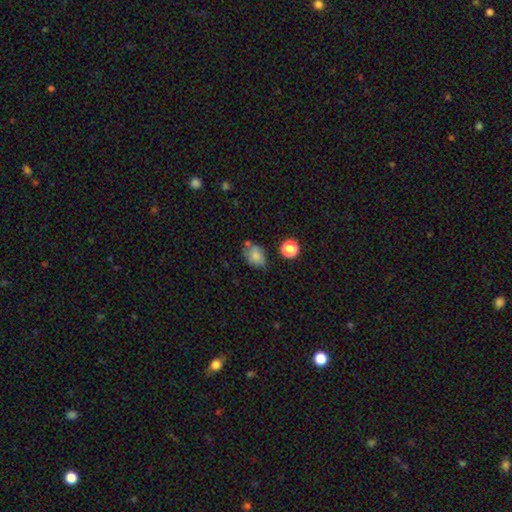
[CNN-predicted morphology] This is likely a smooth galaxy (79%). How rounded: likely in between (66%). Merging: possibly none (57%).